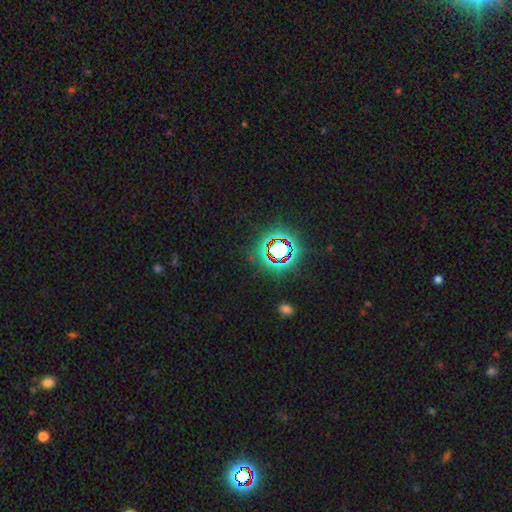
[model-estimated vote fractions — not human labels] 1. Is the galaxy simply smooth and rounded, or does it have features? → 75% star or artifact, 14% smooth, 11% featured or disk.